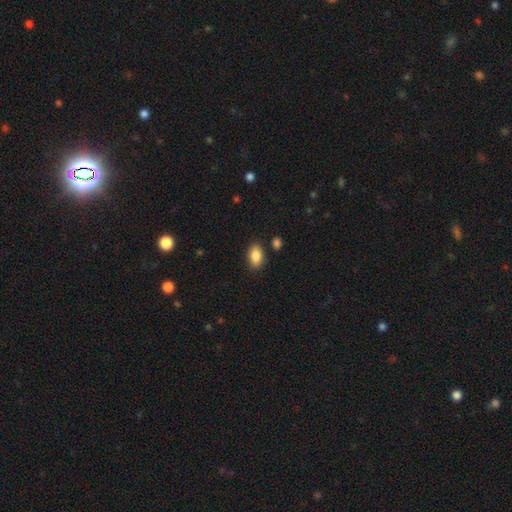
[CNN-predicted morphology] This is clearly a smooth galaxy (86%). How rounded: clearly in between (90%). Merging: clearly none (83%).